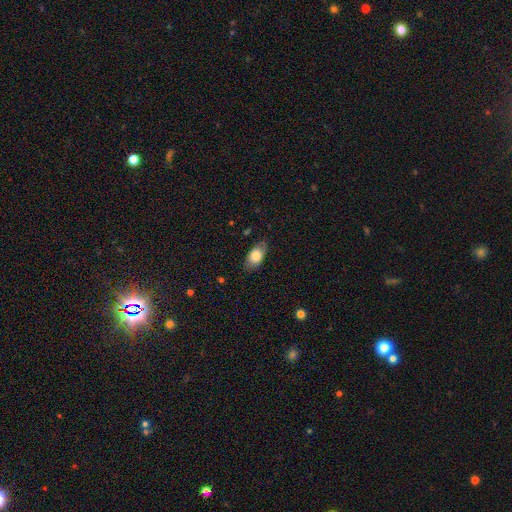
A smooth galaxy with no disk features (82%) that is in between round and cigar-shaped (79%). Merging: none (63%).